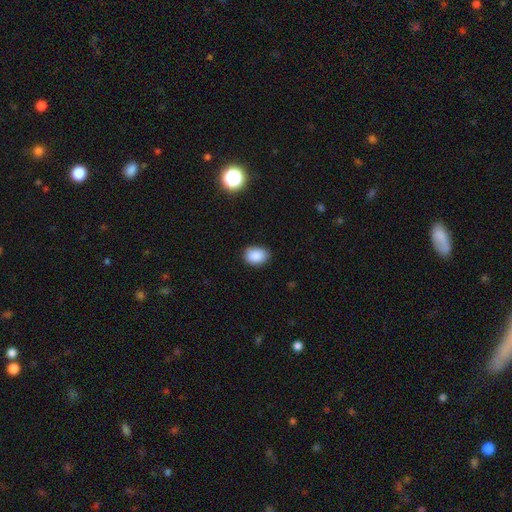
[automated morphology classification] smooth 88%, star or artifact 9%, featured or disk 3%. Down the decision tree: how rounded — in between (70%); merging — none (81%).